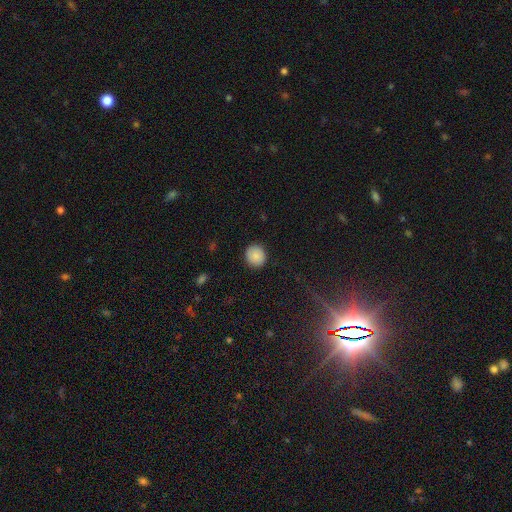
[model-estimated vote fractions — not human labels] smooth 89%, star or artifact 8%, featured or disk 3%. Down the decision tree: how rounded — round (86%); merging — none (91%).